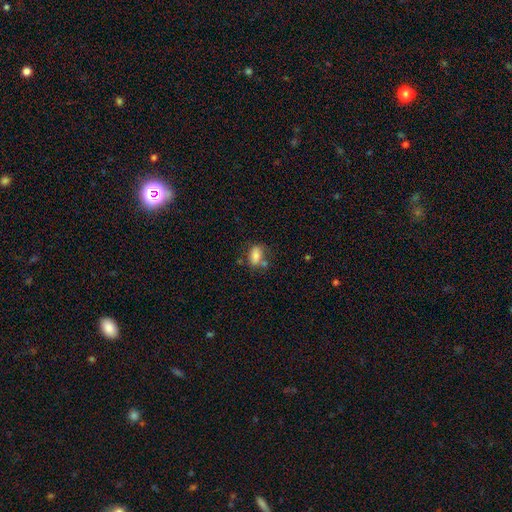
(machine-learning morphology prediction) This appears to be a smooth galaxy with no disk features (77%) that is in between round and cigar-shaped (83%). Merging: none (53%).